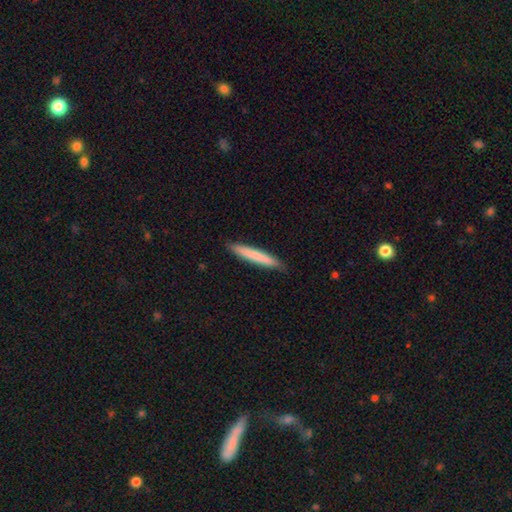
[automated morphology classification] Q: Smooth or featured?
A: smooth (76%); runner-up: featured or disk (18%)
Q: How rounded?
A: cigar-shaped (95%); runner-up: in between (4%)
Q: Merging?
A: none (89%); runner-up: minor disturbance (9%)